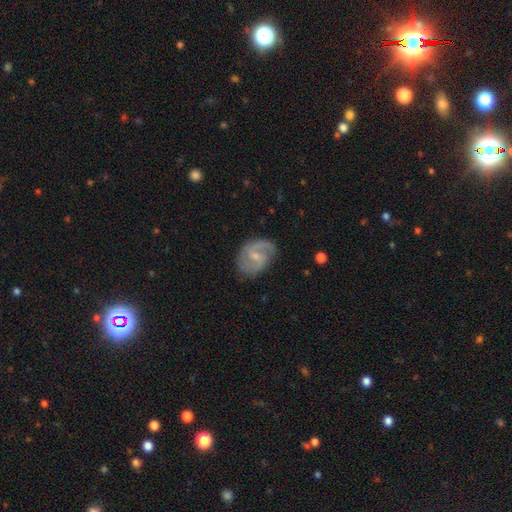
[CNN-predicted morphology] A featured or disk galaxy (81%) with a weak bar (56%), 2 (82%) medium (51%) spiral arms (94%) and a small central bulge (63%). Merging: none (74%).